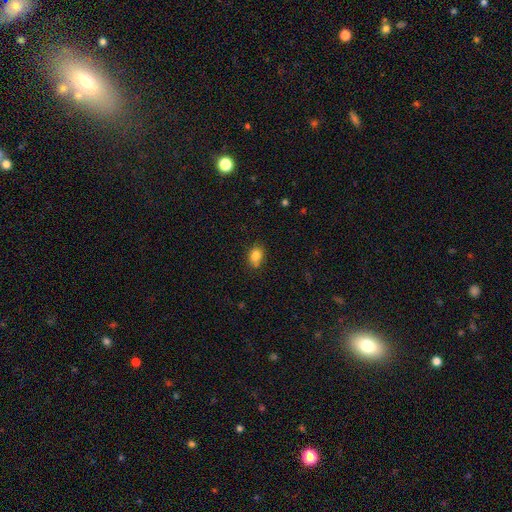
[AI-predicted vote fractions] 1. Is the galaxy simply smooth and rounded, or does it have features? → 82% smooth, 10% star or artifact, 8% featured or disk.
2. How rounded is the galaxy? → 61% in between, 38% round, 1% cigar-shaped.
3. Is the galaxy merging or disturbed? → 71% none, 20% minor disturbance, 6% merger, 4% major disturbance.